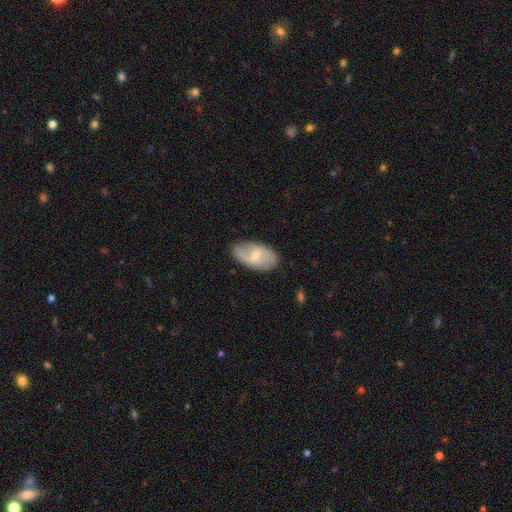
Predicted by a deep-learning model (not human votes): Smooth or featured? featured or disk (53%)
Edge-on disk? no (94%)
Merging? none (77%)